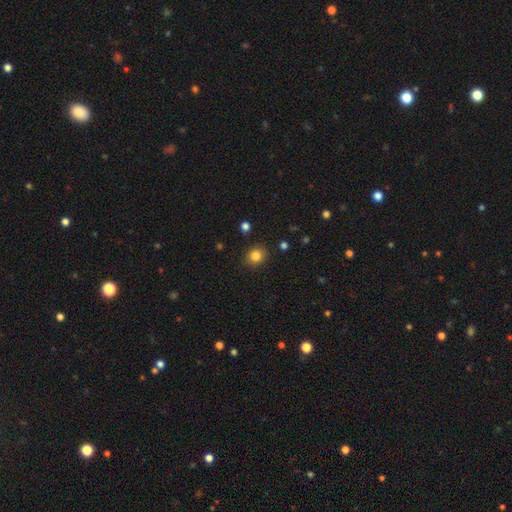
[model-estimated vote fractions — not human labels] Q: Smooth or featured?
A: smooth (84%); runner-up: star or artifact (11%)
Q: How rounded?
A: round (77%); runner-up: in between (22%)
Q: Merging?
A: none (89%); runner-up: minor disturbance (7%)